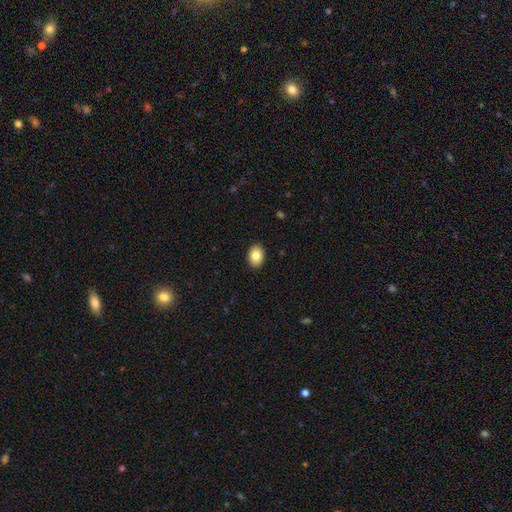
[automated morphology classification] A smooth galaxy with no disk features (85%) that is in between round and cigar-shaped (76%).

Vote fractions:
- Smooth or featured? smooth: 85% / featured or disk: 8% / star or artifact: 8%
- How rounded? in between: 76% / round: 23% / cigar-shaped: 1%
- Merging? none: 90% / minor disturbance: 7% / major disturbance: 2% / merger: 1%